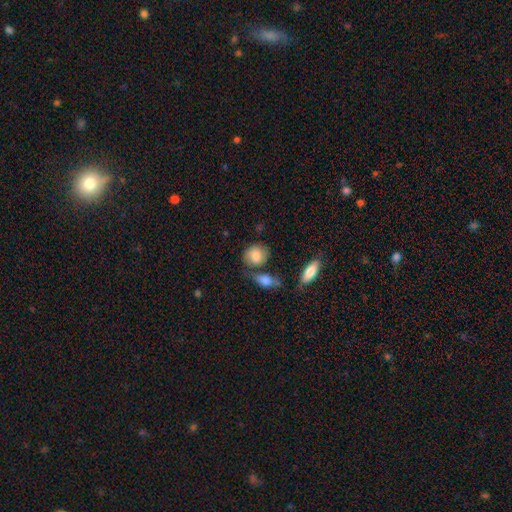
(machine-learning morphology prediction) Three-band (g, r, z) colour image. It shows a smooth galaxy with no disk features (76%) that is round (64%). Merging: none (52%).